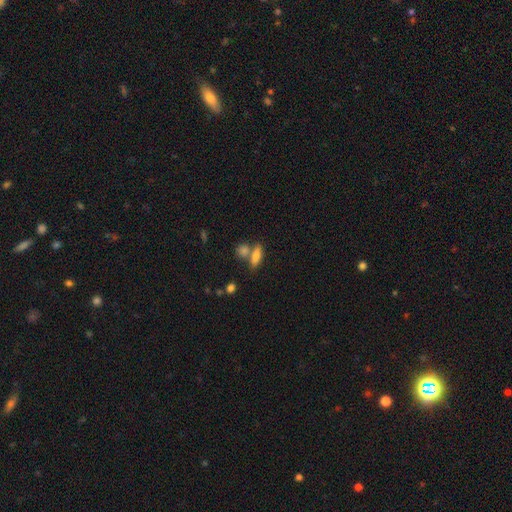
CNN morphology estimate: Smooth or featured? smooth (74%)
How rounded? in between (56%)
Merging? none (54%)